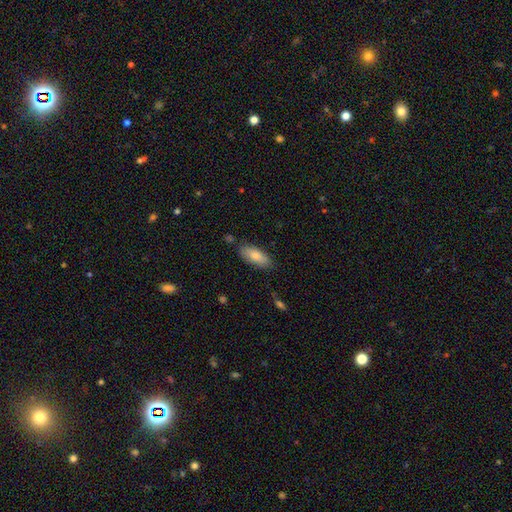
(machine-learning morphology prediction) Q: Smooth or featured?
A: smooth (81%); runner-up: featured or disk (13%)
Q: How rounded?
A: in between (82%); runner-up: cigar-shaped (16%)
Q: Merging?
A: none (81%); runner-up: minor disturbance (14%)